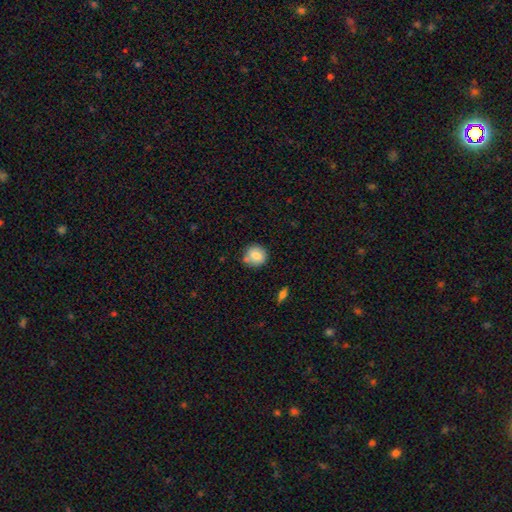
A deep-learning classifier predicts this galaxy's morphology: Smooth or featured? Predicted: smooth (p=0.81). How rounded? Predicted: round (p=0.88). Merging? Predicted: none (p=0.75).